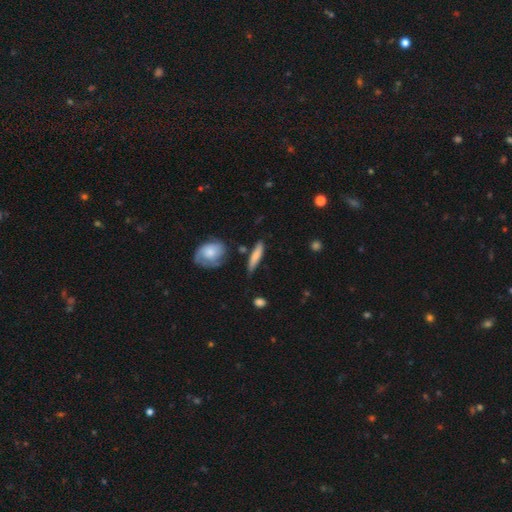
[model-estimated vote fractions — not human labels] smooth-or-featured: smooth: 71% | featured or disk: 22% | star or artifact: 6%
  how-rounded: cigar-shaped: 79% | in between: 18% | round: 3%
  merging: none: 73% | minor disturbance: 17% | merger: 5% | major disturbance: 4%